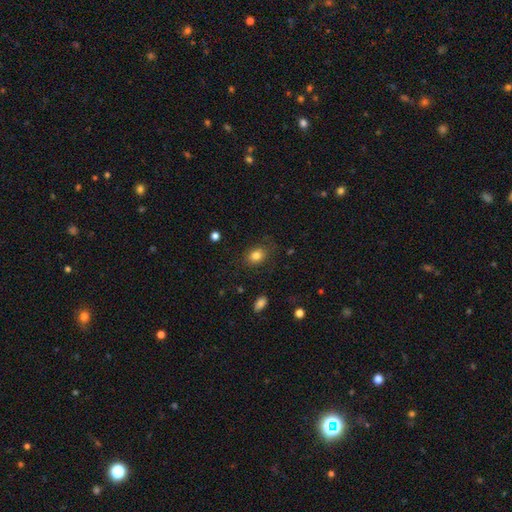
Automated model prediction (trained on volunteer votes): The model was most divided on "how rounded": in between: 57%, round: 42%, cigar-shaped: 1%. More confident: smooth or featured — smooth (81%); merging — none (76%).